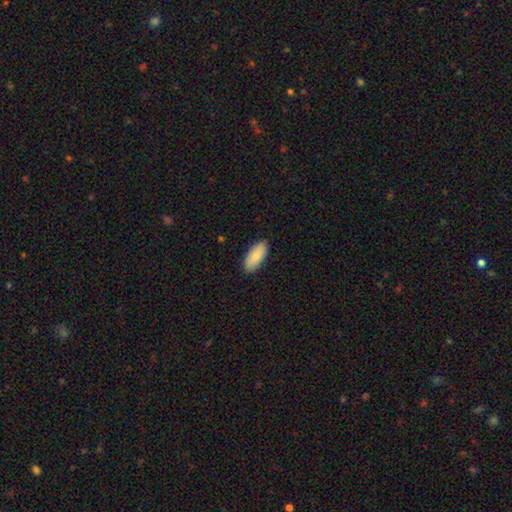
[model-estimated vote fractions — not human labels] The model was most divided on "how rounded": in between: 88%, cigar-shaped: 10%, round: 2%. More confident: merging — none (88%); smooth or featured — smooth (88%).